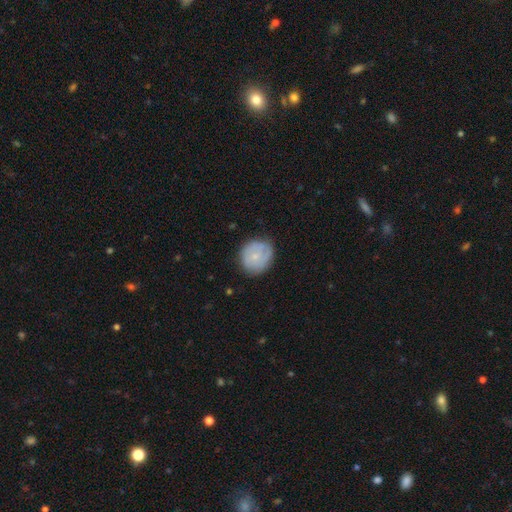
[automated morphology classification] Q: Smooth or featured?
A: smooth (56%); runner-up: featured or disk (37%)
Q: How rounded?
A: round (83%); runner-up: in between (16%)
Q: Merging?
A: none (73%); runner-up: minor disturbance (20%)